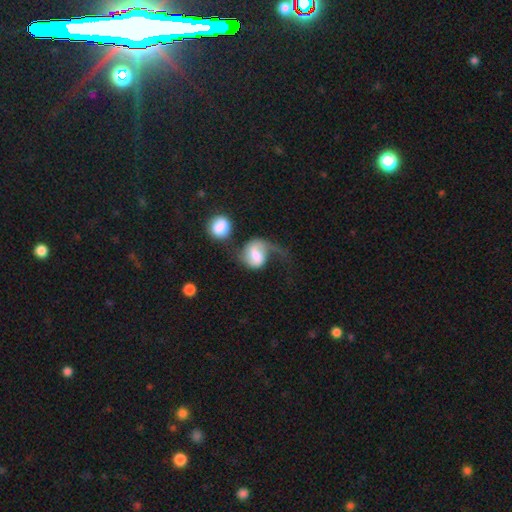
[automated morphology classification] Smooth or featured?
  - featured or disk: 59% *
  - smooth: 34%
  - star or artifact: 7%
Edge-on disk?
  - no: 97% *
  - yes: 3%
Bar?
  - weak: 46% *
  - no: 31%
  - strong: 23%
Spiral arms?
  - yes: 87% *
  - no: 13%
Spiral winding?
  - loose: 63% *
  - medium: 27%
  - tight: 10%
Spiral arm count?
  - 2: 50% *
  - 1: 43%
  - can't tell: 5%
  - 3: 1%
  - 4: 1%
  - more than 4: 1%
Bulge size?
  - moderate: 45% *
  - small: 23%
  - large: 20%
  - none: 8%
  - dominant: 5%
Merging?
  - major disturbance: 37% *
  - none: 27%
  - merger: 19%
  - minor disturbance: 17%